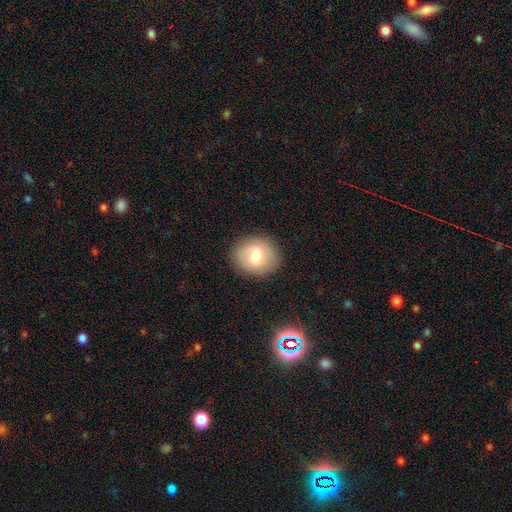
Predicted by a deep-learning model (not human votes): Q: Smooth or featured?
A: smooth (68%); runner-up: featured or disk (24%)
Q: How rounded?
A: round (66%); runner-up: in between (34%)
Q: Merging?
A: none (86%); runner-up: minor disturbance (10%)